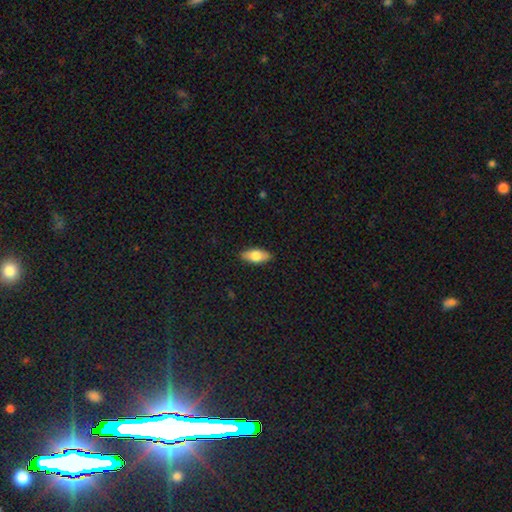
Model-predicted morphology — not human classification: A smooth galaxy with no disk features (73%) that is in between round and cigar-shaped (85%).

Vote fractions:
- Smooth or featured? smooth: 73% / featured or disk: 21% / star or artifact: 6%
- How rounded? in between: 85% / cigar-shaped: 12% / round: 3%
- Merging? none: 88% / minor disturbance: 9% / major disturbance: 2% / merger: 1%